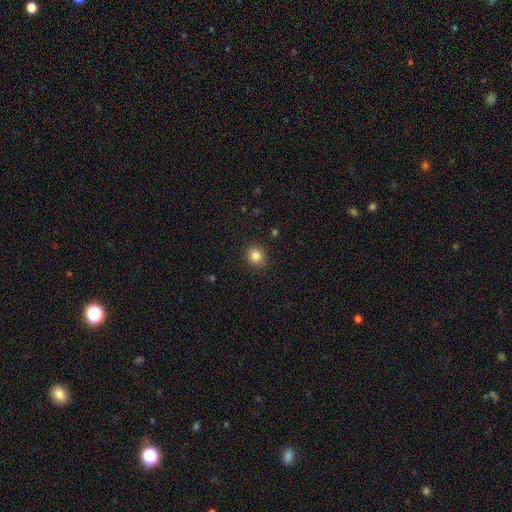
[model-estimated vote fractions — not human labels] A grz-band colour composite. It shows a smooth galaxy with no disk features (85%) that is round (83%). Merging: none (89%).